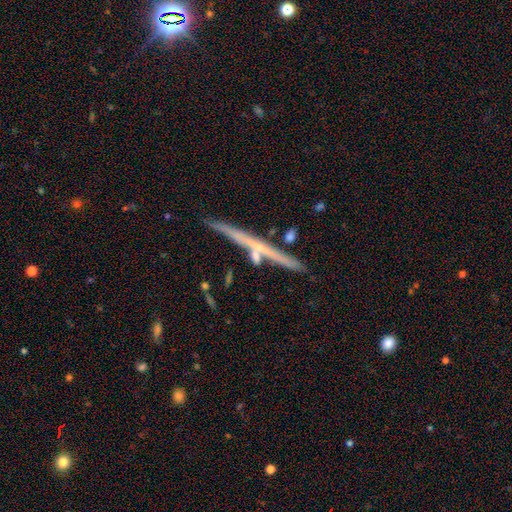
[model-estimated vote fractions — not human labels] This is possibly a featured or disk galaxy (59%). It is clearly viewed edge-on (94%). Edge-on bulge: likely none (63%). Merging: likely none (74%).